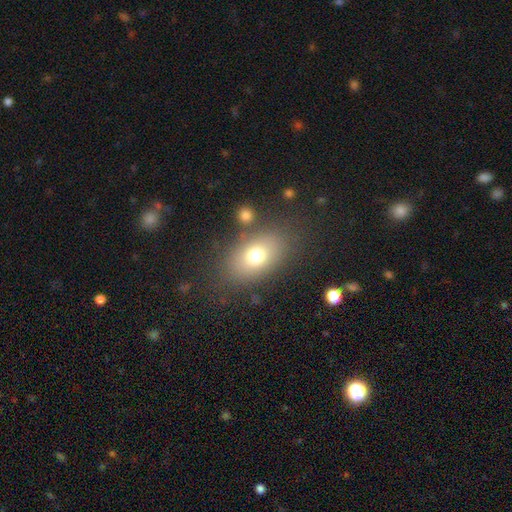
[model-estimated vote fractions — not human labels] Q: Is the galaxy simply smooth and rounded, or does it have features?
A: smooth — 73%.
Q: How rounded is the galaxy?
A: in between — 80%.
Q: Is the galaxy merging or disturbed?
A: none — 76%.